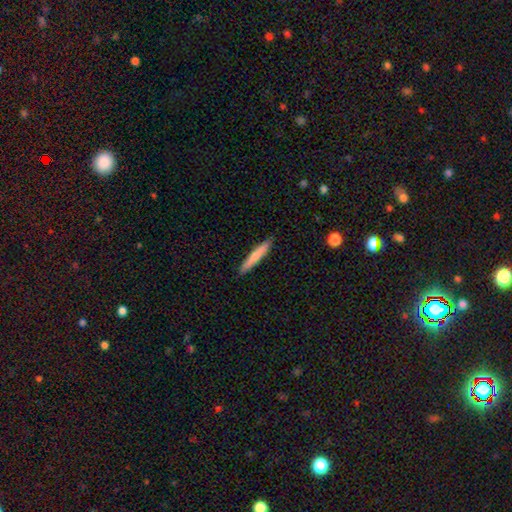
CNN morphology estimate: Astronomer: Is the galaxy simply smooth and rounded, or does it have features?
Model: smooth — 73%.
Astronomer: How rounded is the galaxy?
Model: cigar-shaped — 94%.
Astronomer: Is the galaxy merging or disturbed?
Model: none — 90%.